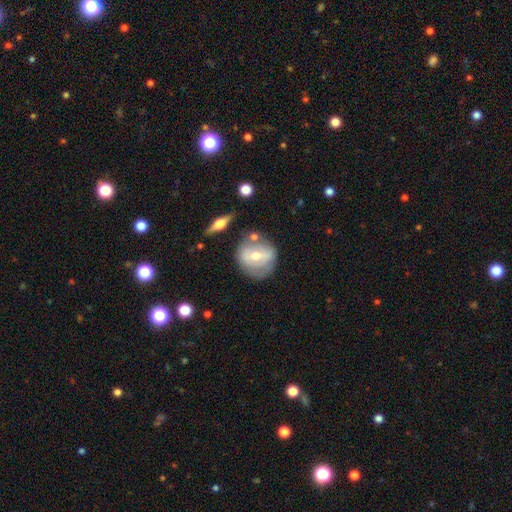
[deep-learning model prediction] Smooth or featured?
  - featured or disk: 50% *
  - smooth: 43%
  - star or artifact: 7%
Edge-on disk?
  - no: 89% *
  - yes: 11%
Merging?
  - none: 62% *
  - minor disturbance: 19%
  - merger: 11%
  - major disturbance: 7%